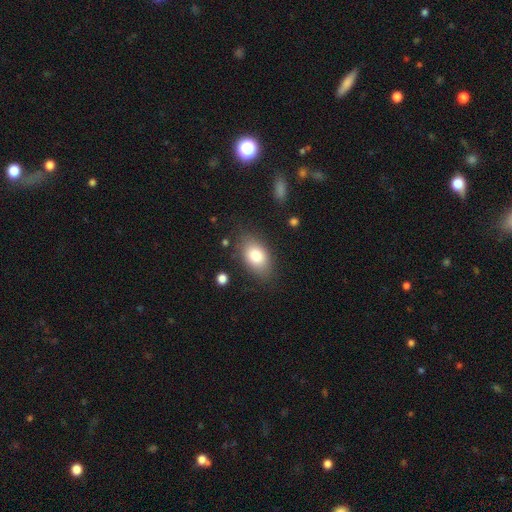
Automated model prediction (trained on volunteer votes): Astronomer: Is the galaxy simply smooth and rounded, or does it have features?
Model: smooth — 81%.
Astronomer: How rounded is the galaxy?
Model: in between — 89%.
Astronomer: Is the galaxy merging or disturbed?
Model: none — 79%.